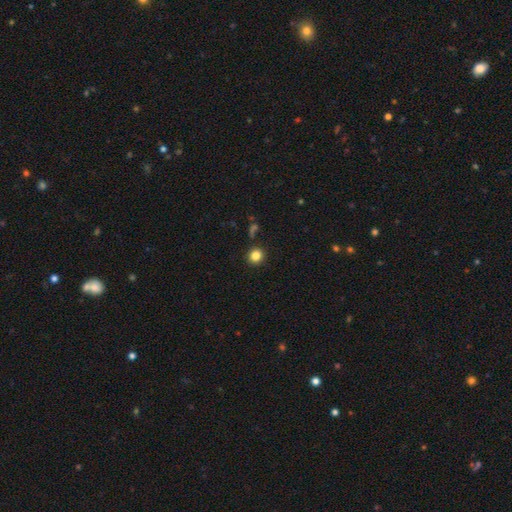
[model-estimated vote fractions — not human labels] This is clearly a smooth galaxy (83%). How rounded: clearly round (92%). Merging: clearly none (89%).